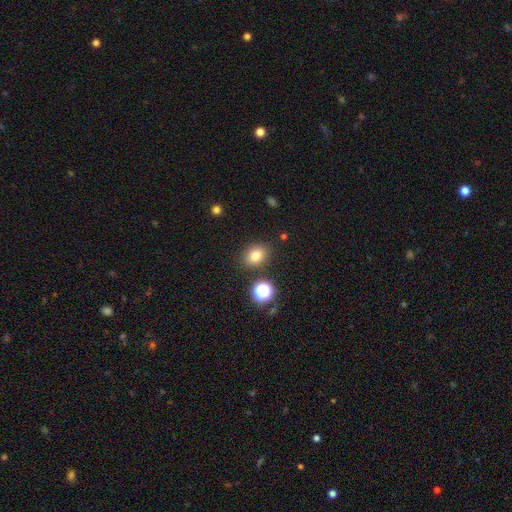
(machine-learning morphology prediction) smooth_or_featured: smooth (p=0.78) [alt: star or artifact p=0.15]
how_rounded: round (p=0.51) [alt: in between p=0.47]
merging: none (p=0.84) [alt: minor disturbance p=0.09]